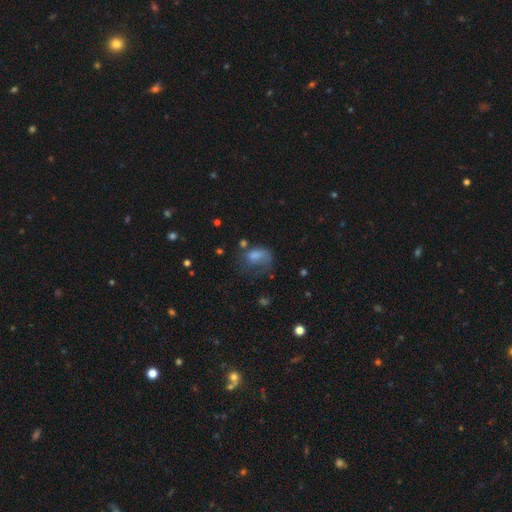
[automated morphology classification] Q: Smooth or featured?
A: smooth (63%); runner-up: featured or disk (25%)
Q: How rounded?
A: in between (74%); runner-up: round (24%)
Q: Merging?
A: major disturbance (48%); runner-up: none (25%)